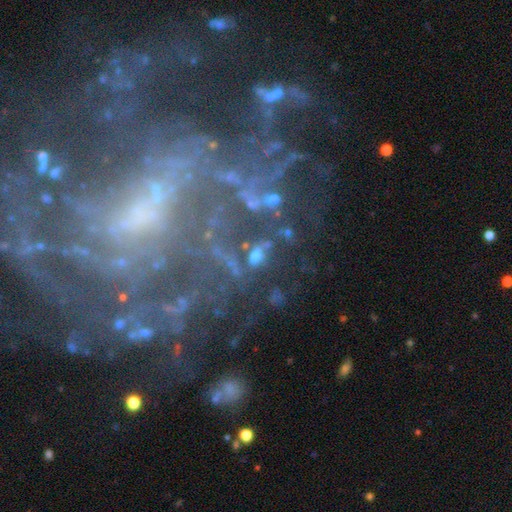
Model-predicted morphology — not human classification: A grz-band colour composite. It shows a featured or disk galaxy (36%). Merging: none (46%).